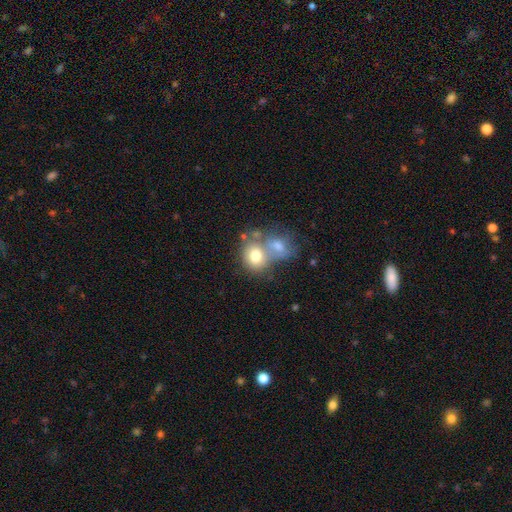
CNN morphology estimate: Smooth or featured: smooth — 72% (featured or disk — 18%)
How rounded: round — 56% (in between — 43%)
Merging: merger — 52% (none — 32%)